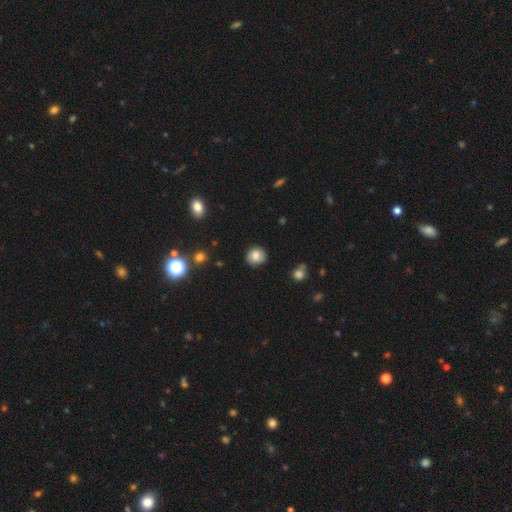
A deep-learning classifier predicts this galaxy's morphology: This appears to be a smooth galaxy with no disk features (79%) that is round (83%). Merging: none (83%).